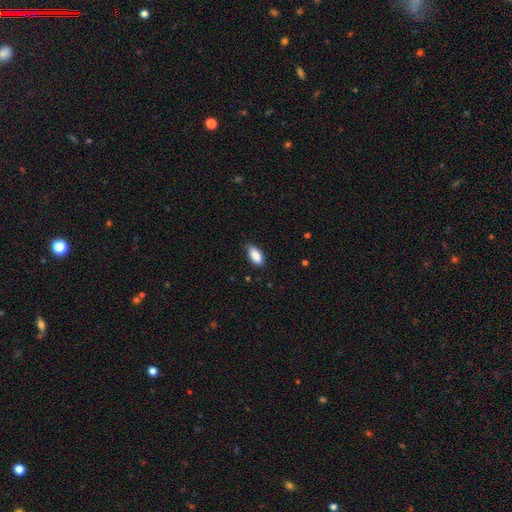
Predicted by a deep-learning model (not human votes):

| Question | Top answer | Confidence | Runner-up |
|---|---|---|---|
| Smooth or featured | smooth | 87% | star or artifact (7%) |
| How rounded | in between | 89% | cigar-shaped (8%) |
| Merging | none | 79% | minor disturbance (18%) |